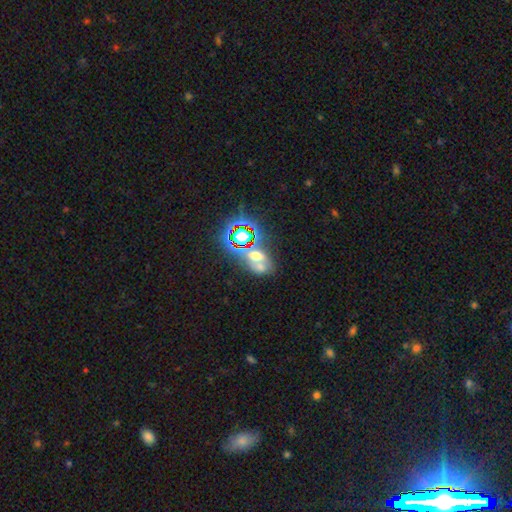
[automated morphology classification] Smooth or featured? Predicted: star or artifact (p=0.40).